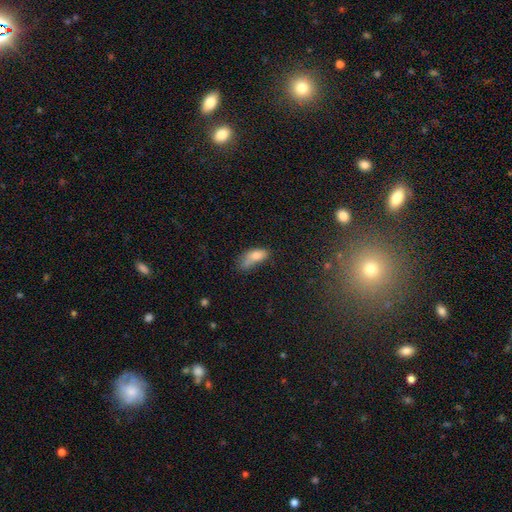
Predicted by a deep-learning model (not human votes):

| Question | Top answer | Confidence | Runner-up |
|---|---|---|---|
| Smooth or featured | smooth | 75% | featured or disk (15%) |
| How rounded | in between | 81% | cigar-shaped (15%) |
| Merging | minor disturbance | 34% | none (31%) |